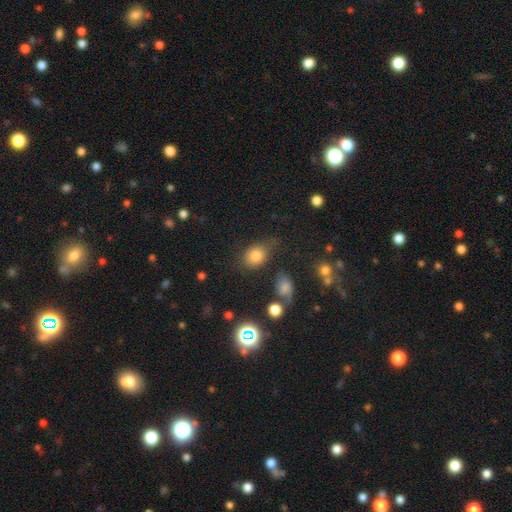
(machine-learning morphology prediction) The model was most divided on "how rounded": in between: 57%, round: 41%, cigar-shaped: 2%. More confident: smooth or featured — smooth (79%); merging — none (62%).